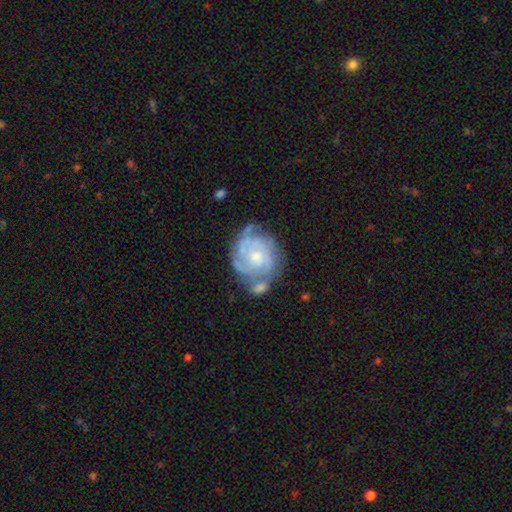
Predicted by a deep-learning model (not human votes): Q: Smooth or featured?
A: featured or disk (81%); runner-up: smooth (13%)
Q: Edge-on disk?
A: no (98%); runner-up: yes (2%)
Q: Bar?
A: no (74%); runner-up: weak (22%)
Q: Spiral arms?
A: yes (92%); runner-up: no (8%)
Q: Spiral winding?
A: tight (66%); runner-up: medium (27%)
Q: Spiral arm count?
A: can't tell (34%); runner-up: 3 (24%)
Q: Bulge size?
A: moderate (46%); runner-up: small (45%)
Q: Merging?
A: none (52%); runner-up: minor disturbance (23%)